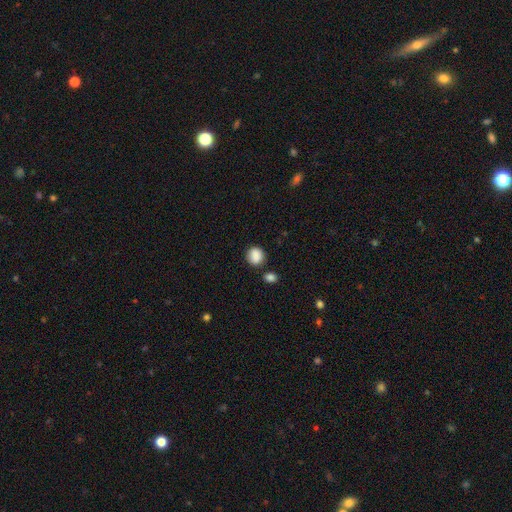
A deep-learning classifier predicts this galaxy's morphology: Q: Smooth or featured?
A: smooth (87%); runner-up: star or artifact (9%)
Q: How rounded?
A: round (75%); runner-up: in between (23%)
Q: Merging?
A: none (73%); runner-up: minor disturbance (14%)